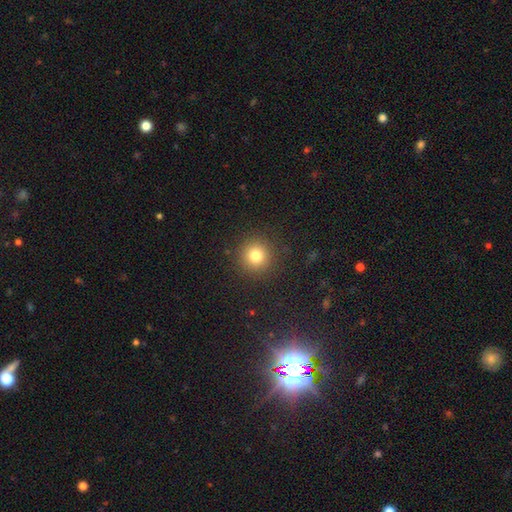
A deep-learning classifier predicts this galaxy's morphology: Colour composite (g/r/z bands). It shows a smooth galaxy with no disk features (79%) that is round (94%). Merging: none (90%).